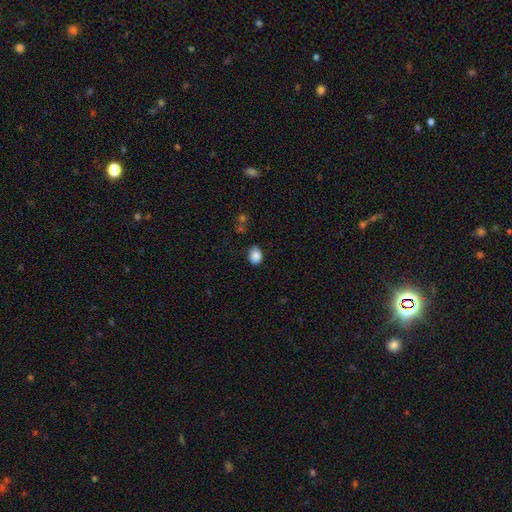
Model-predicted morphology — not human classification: Overall: smooth (87%). How rounded: in between (65%; round 34%). Merging: none (76%).